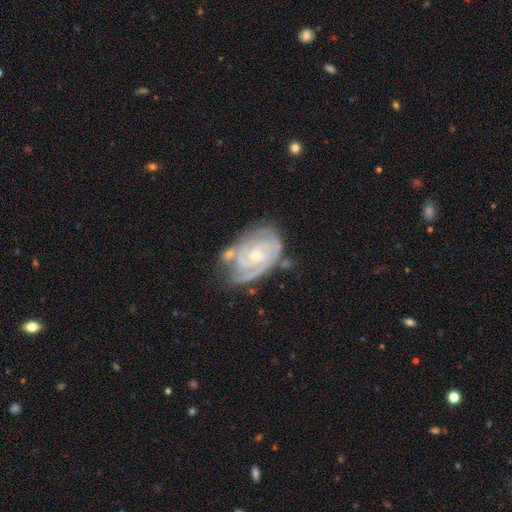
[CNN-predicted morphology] smooth-or-featured: featured or disk: 86% | smooth: 8% | star or artifact: 6%
  disk-edge-on: no: 97% | yes: 3%
    bar: no: 61% | weak: 32% | strong: 7%
    has-spiral-arms: yes: 96% | no: 4%
      spiral-winding: tight: 69% | medium: 26% | loose: 5%
      spiral-arm-count: 2: 43% | 3: 22% | can't tell: 22% | 4: 5% | 1: 5% | more than 4: 4%
    bulge-size: small: 66% | moderate: 29% | none: 3% | large: 1% | dominant: 1%
  merging: none: 59% | minor disturbance: 24% | major disturbance: 10% | merger: 8%